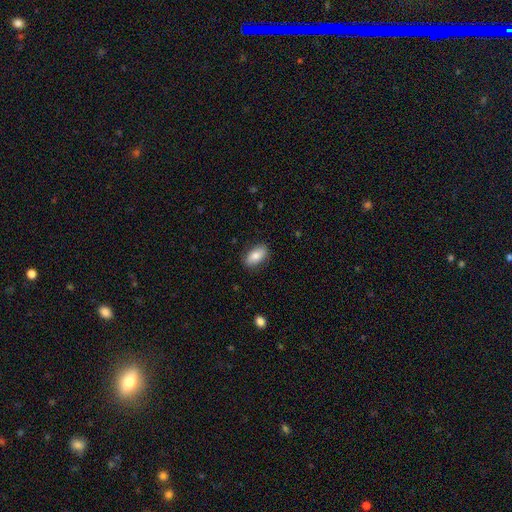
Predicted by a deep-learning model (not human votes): Smooth or featured? smooth (80%)
How rounded? in between (91%)
Merging? none (85%)